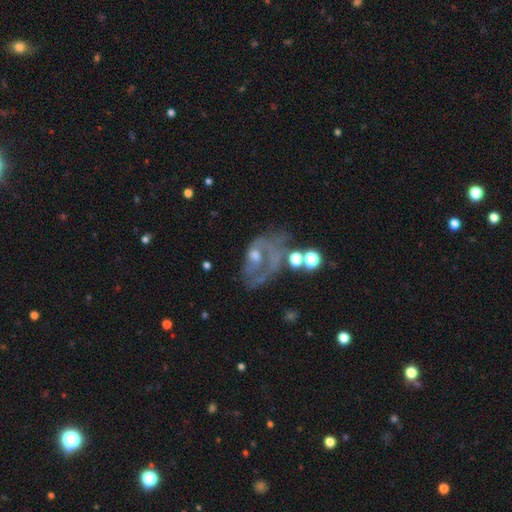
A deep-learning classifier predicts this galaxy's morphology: Smooth or featured? featured or disk (66%)
Edge-on disk? no (96%)
Bar? no (77%)
Spiral arms? yes (57%)
Bulge size? moderate (47%)
Merging? major disturbance (43%)